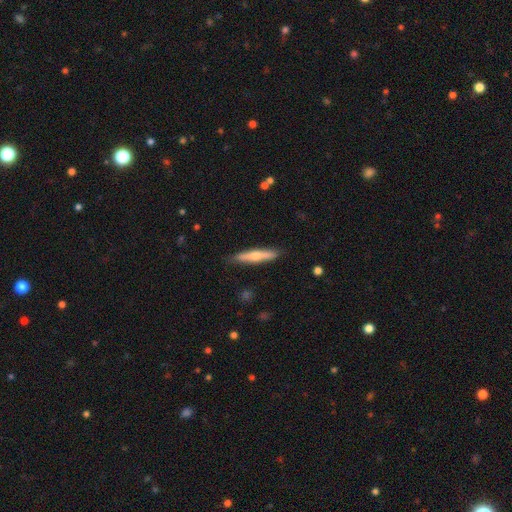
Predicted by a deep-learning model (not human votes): Smooth or featured: smooth — 50% (featured or disk — 44%)
How rounded: cigar-shaped — 88% (in between — 11%)
Merging: none — 85% (minor disturbance — 11%)